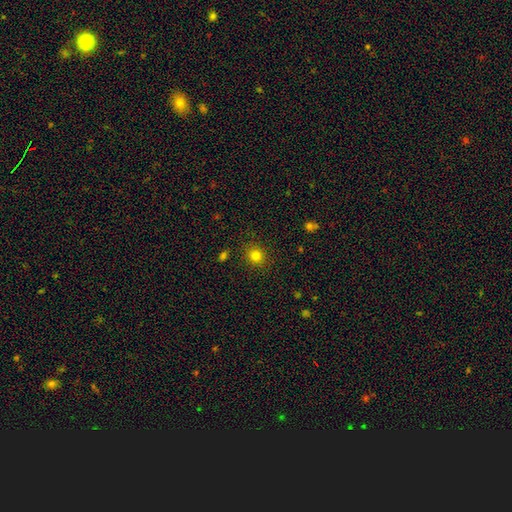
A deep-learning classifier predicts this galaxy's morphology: Smooth or featured?
  - smooth: 80% *
  - star or artifact: 14%
  - featured or disk: 6%
How rounded?
  - round: 86% *
  - in between: 13%
  - cigar-shaped: 1%
Merging?
  - none: 89% *
  - minor disturbance: 7%
  - major disturbance: 2%
  - merger: 1%